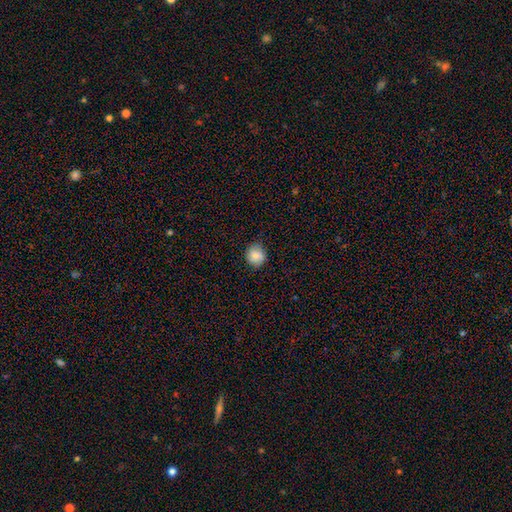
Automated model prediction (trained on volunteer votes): This is clearly a smooth galaxy (83%). How rounded: clearly round (81%). Merging: likely none (78%).